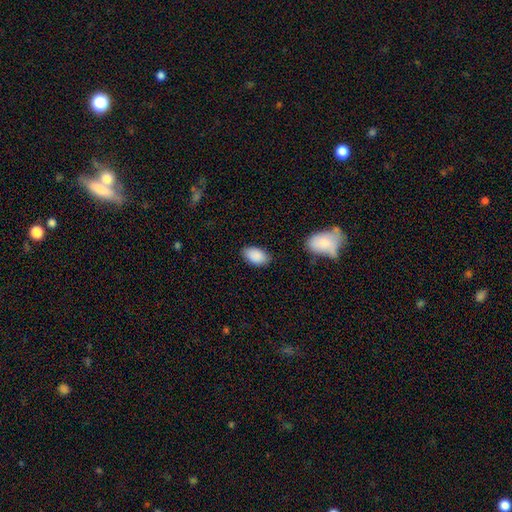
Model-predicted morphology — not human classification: This is clearly a smooth galaxy (89%). How rounded: clearly in between (93%). Merging: clearly none (81%).